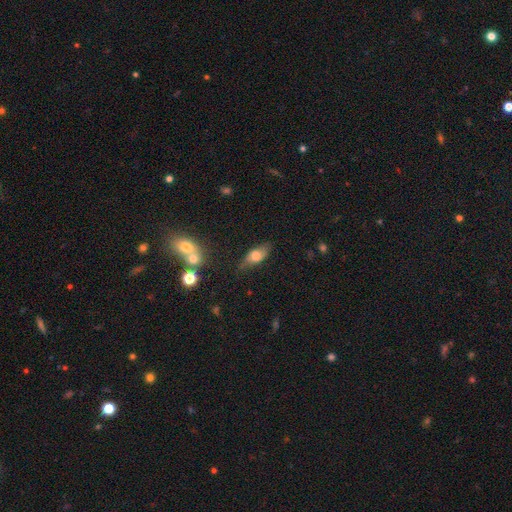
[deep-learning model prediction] smooth_or_featured: smooth (p=0.63) [alt: featured or disk p=0.29]
how_rounded: in between (p=0.78) [alt: cigar-shaped p=0.16]
merging: none (p=0.75) [alt: minor disturbance p=0.19]